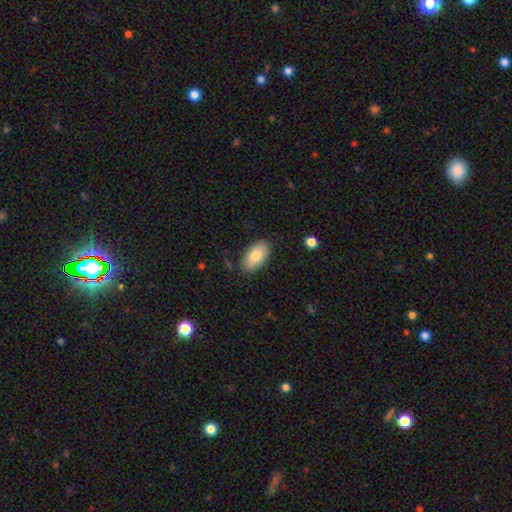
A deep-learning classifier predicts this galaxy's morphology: A smooth galaxy with no disk features (82%) that is in between round and cigar-shaped (95%).

Vote fractions:
- Smooth or featured? smooth: 82% / featured or disk: 12% / star or artifact: 6%
- How rounded? in between: 95% / round: 3% / cigar-shaped: 2%
- Merging? none: 84% / minor disturbance: 12% / major disturbance: 3% / merger: 1%